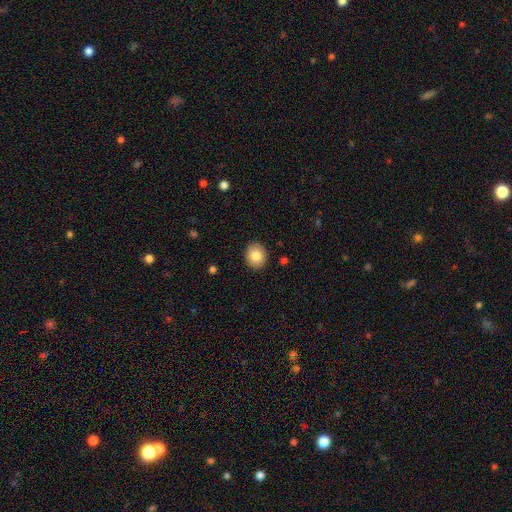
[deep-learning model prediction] Morphology: type=smooth (84%); roundness=round (65%); merging=none (90%).